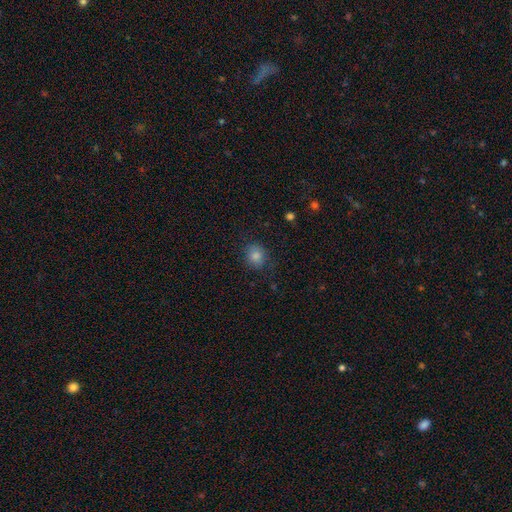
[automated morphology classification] This appears to be a smooth galaxy with no disk features (80%) that is round (75%). Merging: none (84%).